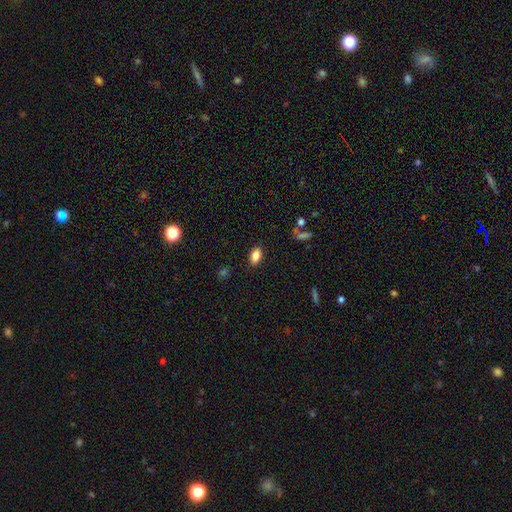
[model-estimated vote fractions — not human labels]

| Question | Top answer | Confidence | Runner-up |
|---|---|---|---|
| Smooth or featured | smooth | 86% | star or artifact (9%) |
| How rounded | in between | 89% | round (7%) |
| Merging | none | 86% | minor disturbance (10%) |